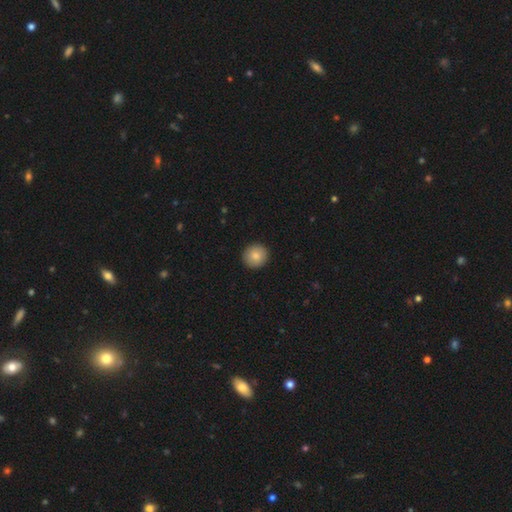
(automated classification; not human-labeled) A smooth galaxy with no disk features (85%) that is round (92%). Merging: none (93%).